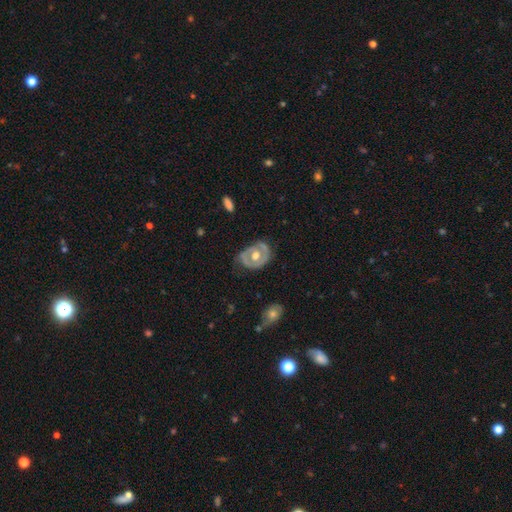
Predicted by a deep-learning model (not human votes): Smooth or featured? featured or disk (63%)
Edge-on disk? no (94%)
Bar? no (78%)
Spiral arms? no (67%)
Bulge size? moderate (69%)
Merging? none (67%)